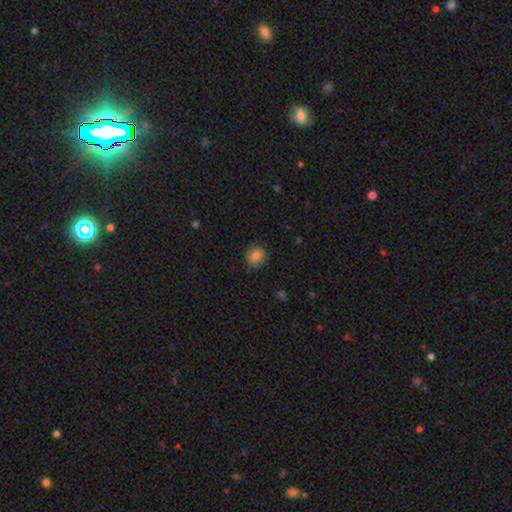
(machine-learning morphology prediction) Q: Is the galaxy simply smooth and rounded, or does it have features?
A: smooth — 84%.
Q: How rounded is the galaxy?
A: round — 90%.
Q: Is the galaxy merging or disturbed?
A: none — 88%.